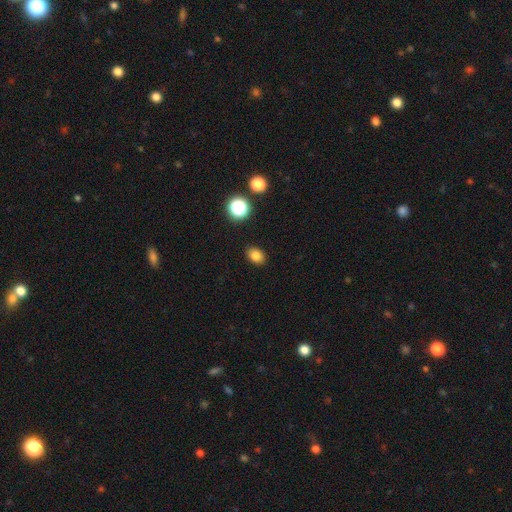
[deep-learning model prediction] Smooth or featured: smooth — 81% (star or artifact — 13%)
How rounded: in between — 70% (round — 29%)
Merging: none — 88% (minor disturbance — 8%)